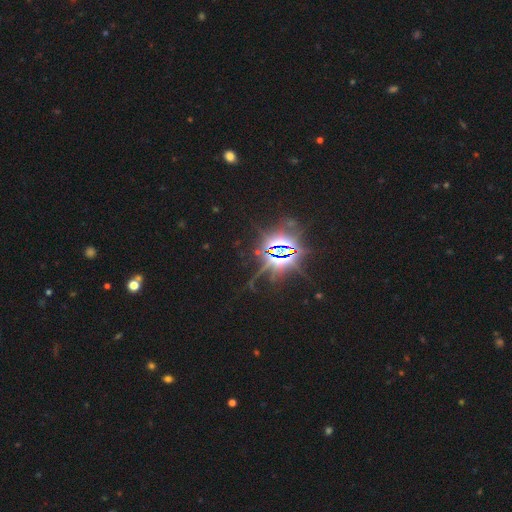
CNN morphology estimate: Smooth or featured: star or artifact — 87% (smooth — 7%)